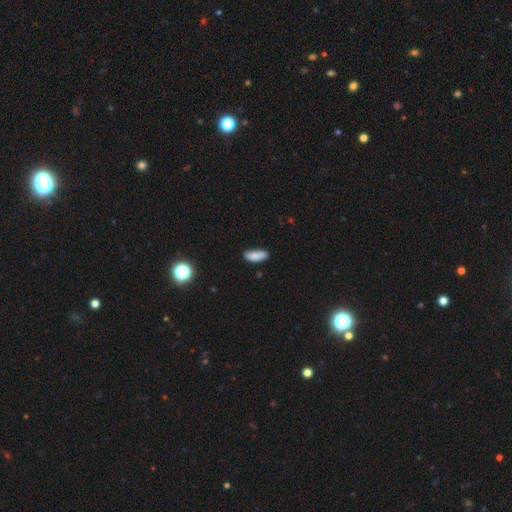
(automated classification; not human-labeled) Smooth or featured: smooth — 85% (star or artifact — 8%)
How rounded: in between — 75% (cigar-shaped — 23%)
Merging: none — 77% (minor disturbance — 19%)